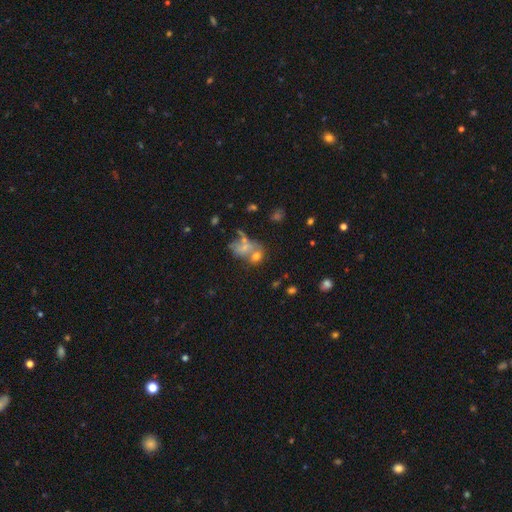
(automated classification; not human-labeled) Overall: smooth (50%; featured or disk 28%). How rounded: in between (60%; round 37%). Merging: merger (44%; none 31%).